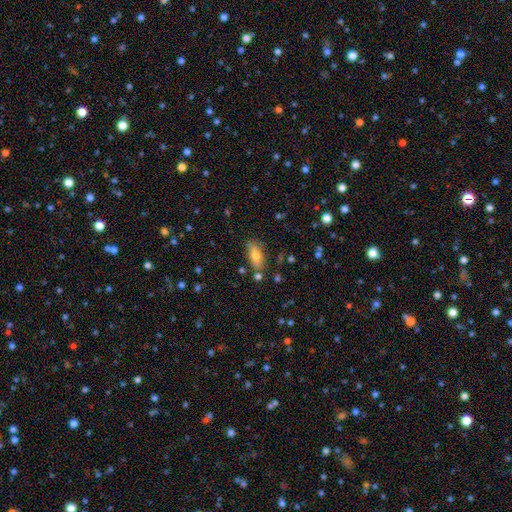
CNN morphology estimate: smooth_or_featured: smooth (p=0.71) [alt: featured or disk p=0.21]
how_rounded: in between (p=0.82) [alt: cigar-shaped p=0.14]
merging: none (p=0.71) [alt: minor disturbance p=0.17]